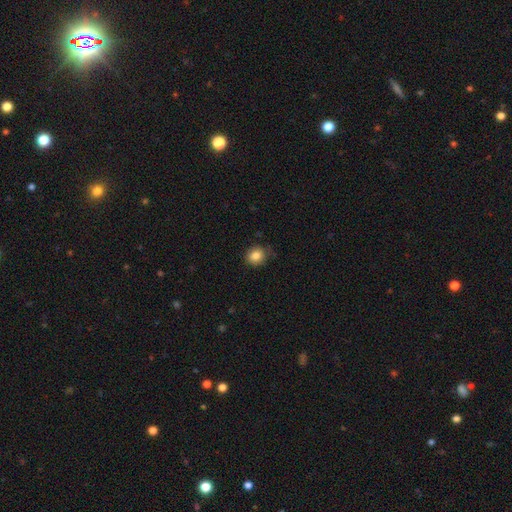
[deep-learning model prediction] Morphology: type=smooth (85%); roundness=round (81%); merging=none (81%).